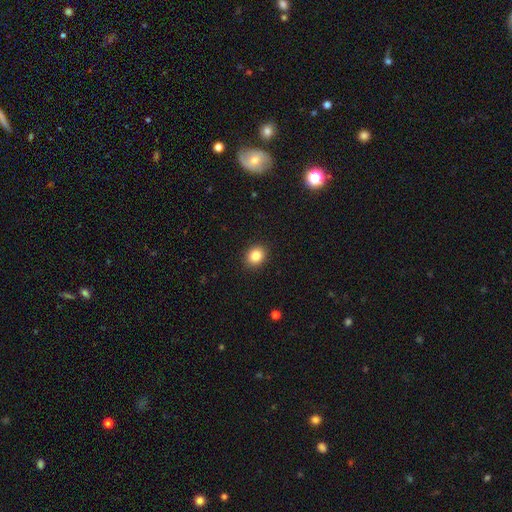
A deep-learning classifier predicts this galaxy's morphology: smooth_or_featured: smooth (p=0.84) [alt: star or artifact p=0.10]
how_rounded: round (p=0.59) [alt: in between p=0.40]
merging: none (p=0.90) [alt: minor disturbance p=0.07]